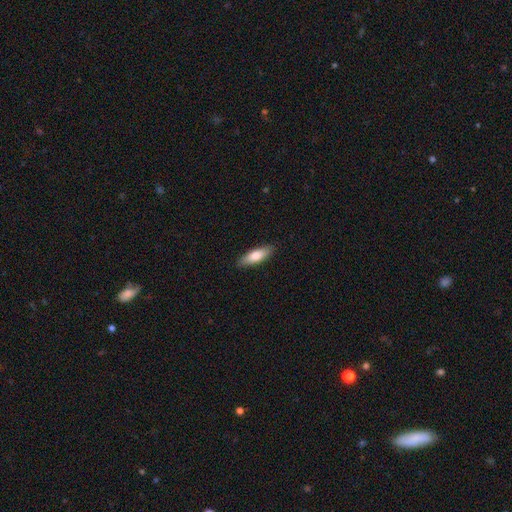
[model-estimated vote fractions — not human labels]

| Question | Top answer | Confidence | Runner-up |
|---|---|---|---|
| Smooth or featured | smooth | 76% | featured or disk (19%) |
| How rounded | in between | 55% | cigar-shaped (43%) |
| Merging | none | 89% | minor disturbance (9%) |